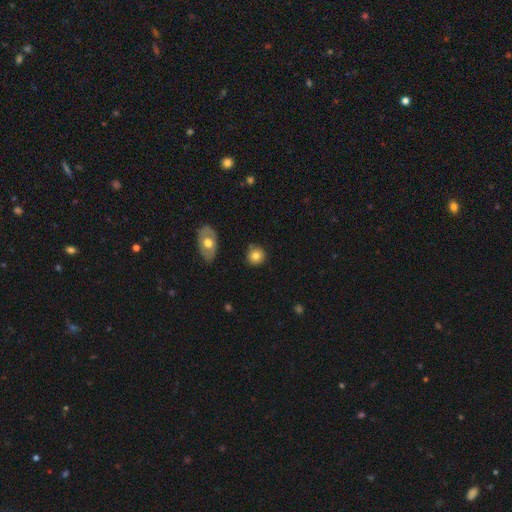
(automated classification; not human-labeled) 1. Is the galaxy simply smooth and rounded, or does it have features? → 78% smooth, 13% featured or disk, 9% star or artifact.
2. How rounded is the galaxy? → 88% round, 11% in between, 1% cigar-shaped.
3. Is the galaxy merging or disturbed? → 86% none, 9% minor disturbance, 2% merger, 2% major disturbance.